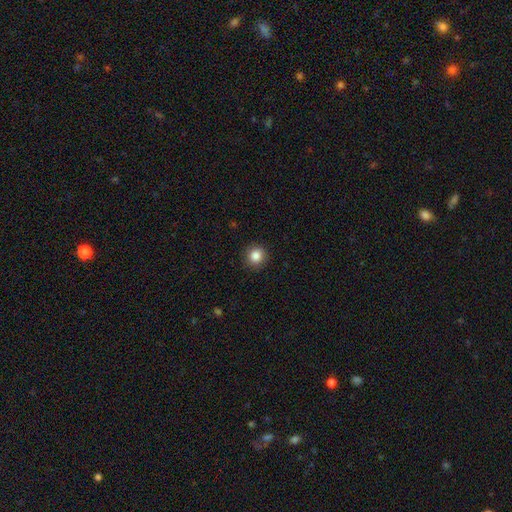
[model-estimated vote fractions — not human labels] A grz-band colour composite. It shows a smooth galaxy with no disk features (86%) that is round (91%). Merging: none (91%).